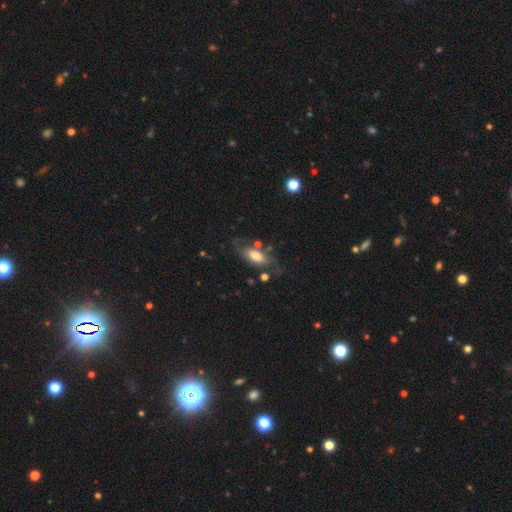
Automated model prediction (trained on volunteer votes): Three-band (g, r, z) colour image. It shows a featured or disk galaxy (55%). Merging: none (56%).